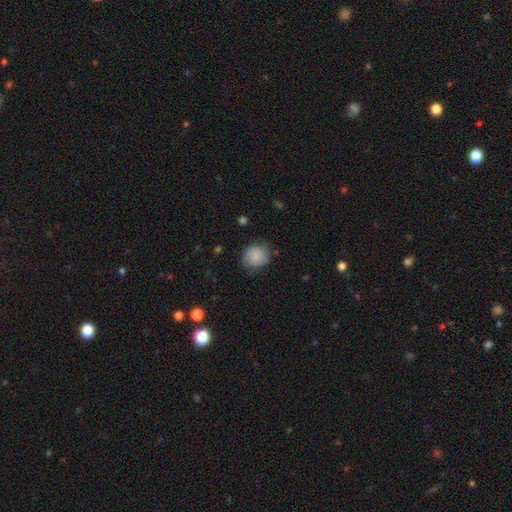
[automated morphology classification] Q: Smooth or featured?
A: smooth (83%); runner-up: featured or disk (10%)
Q: How rounded?
A: round (76%); runner-up: in between (23%)
Q: Merging?
A: none (70%); runner-up: minor disturbance (23%)